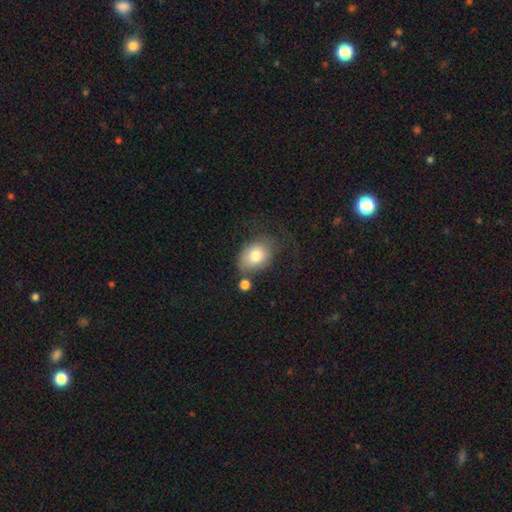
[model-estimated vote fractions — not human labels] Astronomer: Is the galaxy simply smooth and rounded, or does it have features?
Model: smooth — 78%.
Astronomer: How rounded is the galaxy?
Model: in between — 71%.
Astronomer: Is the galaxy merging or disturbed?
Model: none — 52%.